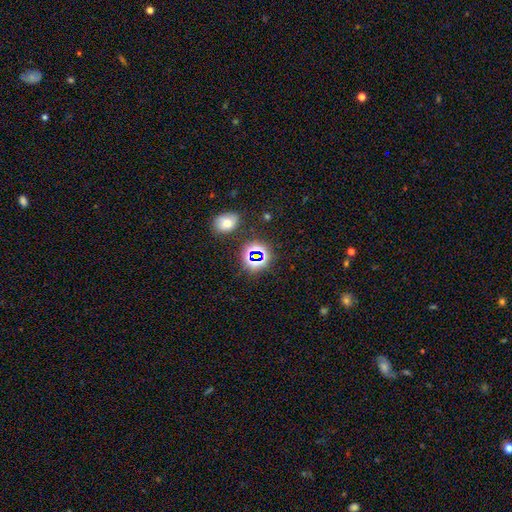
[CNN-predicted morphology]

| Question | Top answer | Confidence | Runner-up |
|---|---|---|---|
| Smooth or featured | star or artifact | 62% | smooth (29%) |